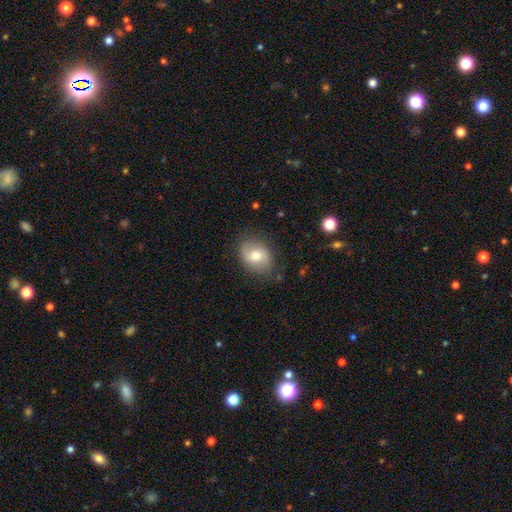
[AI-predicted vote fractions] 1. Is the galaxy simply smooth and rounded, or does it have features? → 66% smooth, 26% featured or disk, 8% star or artifact.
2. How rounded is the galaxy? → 58% in between, 40% round, 1% cigar-shaped.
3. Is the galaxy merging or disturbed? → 78% none, 16% minor disturbance, 5% major disturbance, 1% merger.